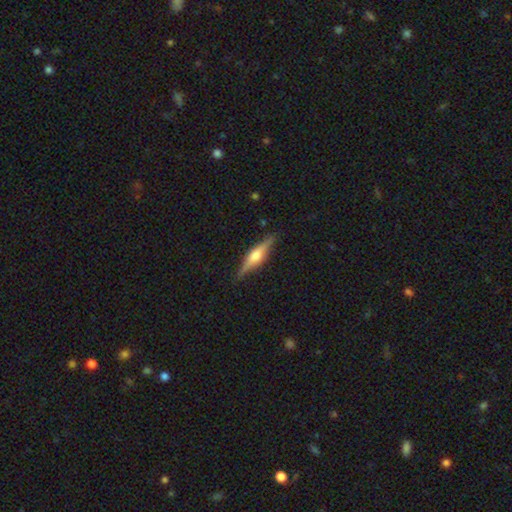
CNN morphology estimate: The model was most divided on "smooth or featured": featured or disk: 73%, smooth: 21%, star or artifact: 6%. More confident: edge-on disk — yes (97%); merging — none (88%); edge-on bulge — rounded (87%).